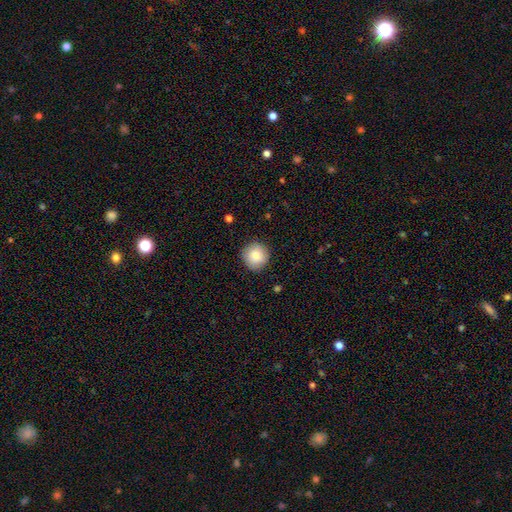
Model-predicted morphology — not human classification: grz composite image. It shows a smooth galaxy with no disk features (85%) that is round (95%). Merging: none (89%).